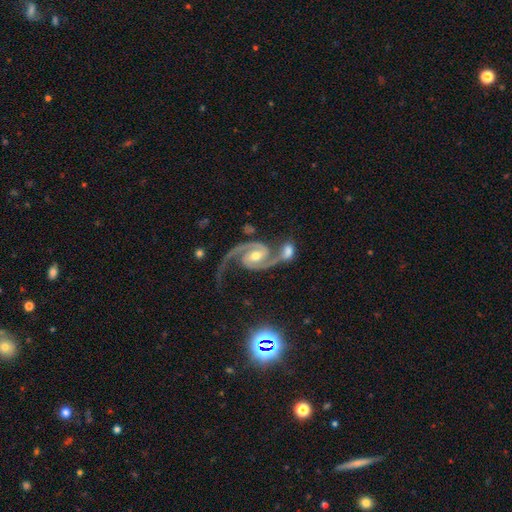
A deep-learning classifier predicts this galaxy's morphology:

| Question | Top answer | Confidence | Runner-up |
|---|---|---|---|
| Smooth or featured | featured or disk | 93% | star or artifact (4%) |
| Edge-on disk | no | 98% | yes (2%) |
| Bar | weak | 41% | no (39%) |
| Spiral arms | yes | 99% | no (1%) |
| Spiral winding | medium | 56% | loose (24%) |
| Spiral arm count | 2 | 93% | 3 (2%) |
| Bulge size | moderate | 68% | small (25%) |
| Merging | none | 42% | merger (32%) |